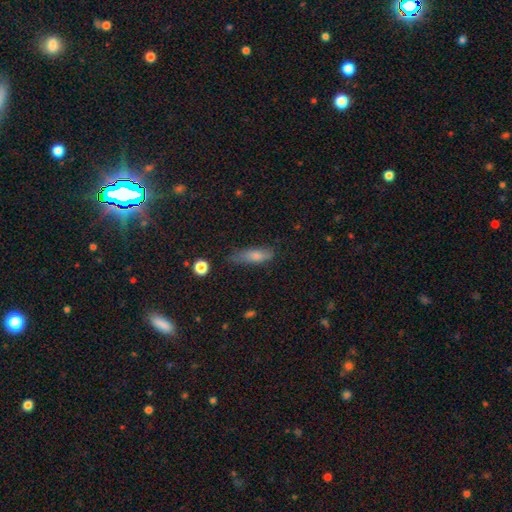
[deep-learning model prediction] Smooth or featured: smooth — 68% (featured or disk — 20%)
How rounded: cigar-shaped — 53% (in between — 43%)
Merging: none — 68% (minor disturbance — 24%)